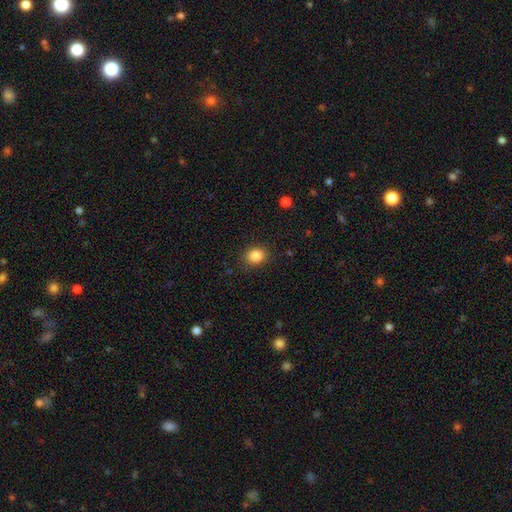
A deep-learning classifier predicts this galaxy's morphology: Smooth or featured: smooth — 86% (star or artifact — 10%)
How rounded: round — 65% (in between — 34%)
Merging: none — 86% (minor disturbance — 10%)